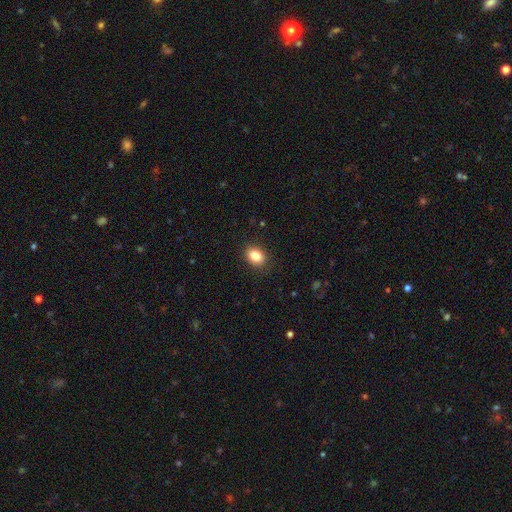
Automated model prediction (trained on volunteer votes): Morphology: type=smooth (85%); roundness=in between (76%); merging=none (87%).